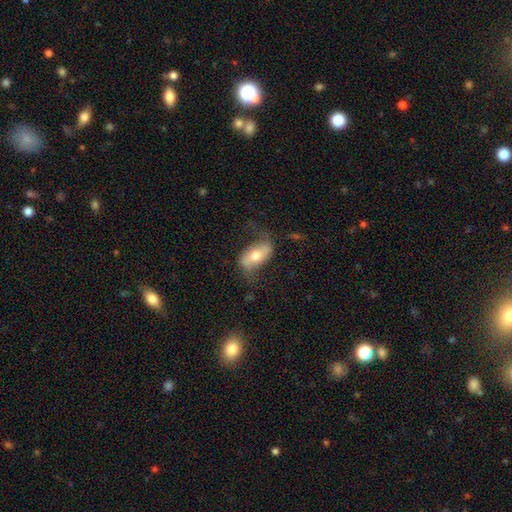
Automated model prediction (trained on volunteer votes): A featured or disk galaxy (55%). Merging: none (63%).